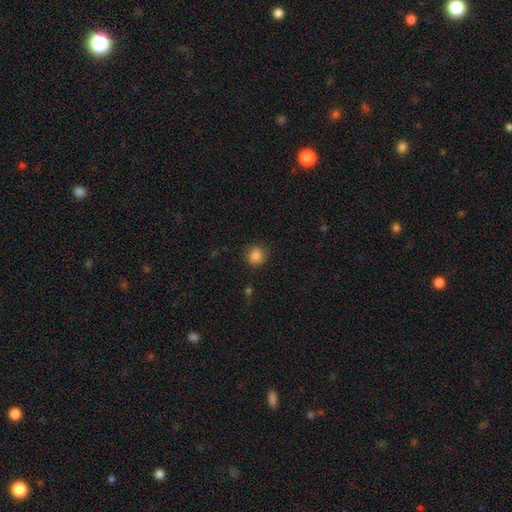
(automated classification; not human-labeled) A smooth galaxy with no disk features (85%) that is round (86%).

Vote fractions:
- Smooth or featured? smooth: 85% / star or artifact: 11% / featured or disk: 5%
- How rounded? round: 86% / in between: 13% / cigar-shaped: 1%
- Merging? none: 85% / minor disturbance: 11% / major disturbance: 3% / merger: 1%